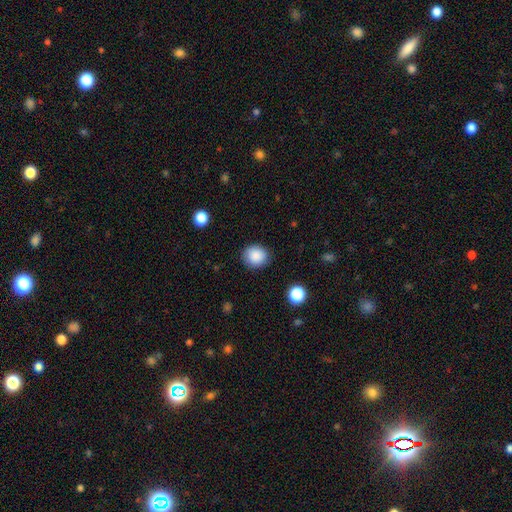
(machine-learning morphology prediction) Smooth or featured? Predicted: smooth (p=0.87). How rounded? Predicted: round (p=0.82). Merging? Predicted: none (p=0.87).